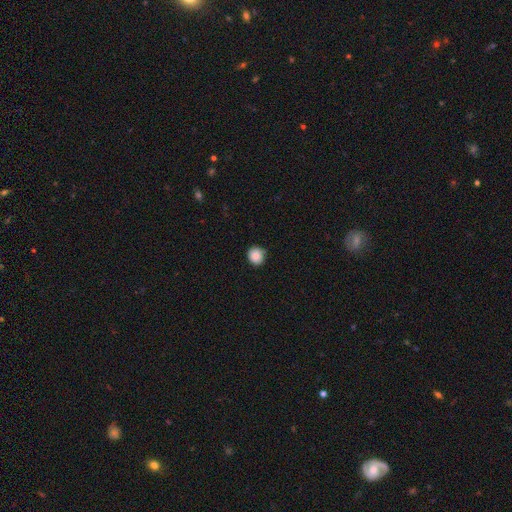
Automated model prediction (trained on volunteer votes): A smooth galaxy with no disk features (87%) that is round (86%). Merging: none (80%).